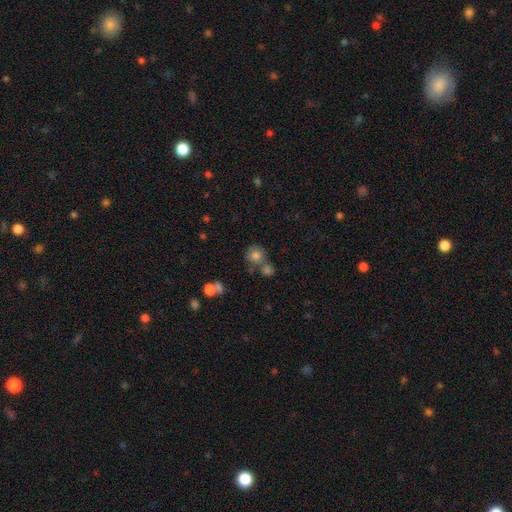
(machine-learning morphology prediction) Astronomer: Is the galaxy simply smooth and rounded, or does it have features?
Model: smooth — 75%.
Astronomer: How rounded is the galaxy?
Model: round — 84%.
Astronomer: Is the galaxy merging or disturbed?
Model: none — 53% (runner-up: merger, 28%).